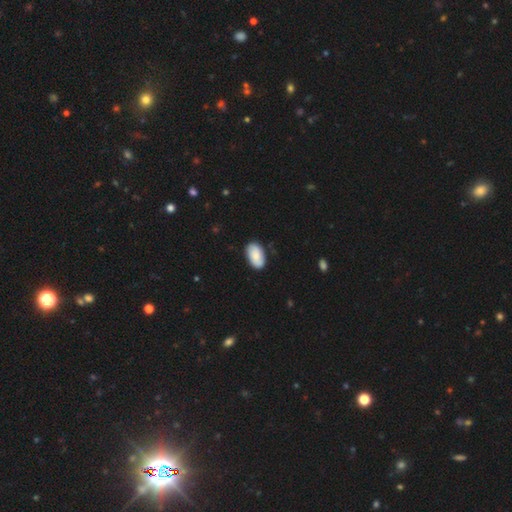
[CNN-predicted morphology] Smooth or featured? Predicted: smooth (p=0.74). How rounded? Predicted: in between (p=0.94). Merging? Predicted: none (p=0.82).